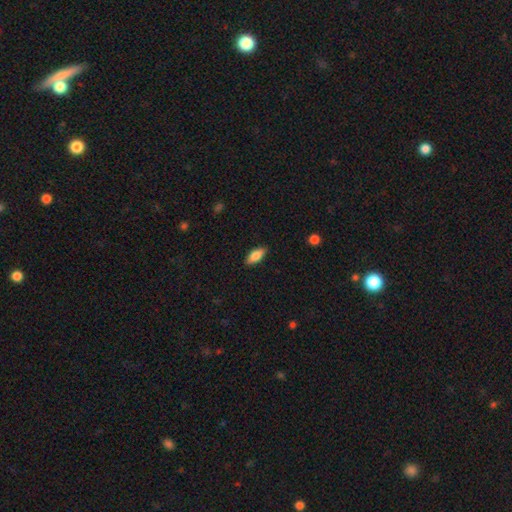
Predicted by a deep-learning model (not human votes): Smooth or featured?
  - smooth: 83% *
  - featured or disk: 11%
  - star or artifact: 7%
How rounded?
  - in between: 82% *
  - cigar-shaped: 16%
  - round: 2%
Merging?
  - none: 88% *
  - minor disturbance: 9%
  - major disturbance: 2%
  - merger: 1%